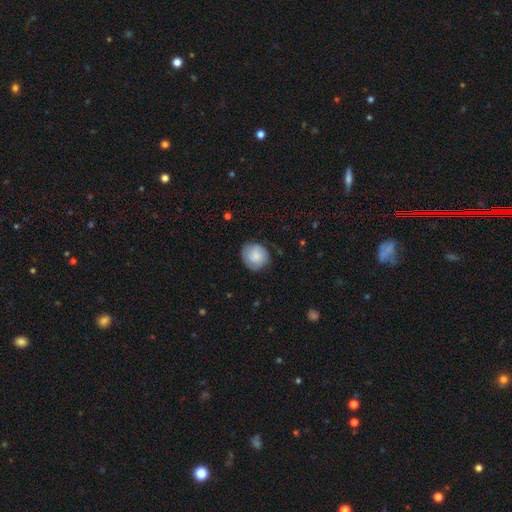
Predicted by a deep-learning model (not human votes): smooth_or_featured: smooth (p=0.68) [alt: featured or disk p=0.25]
how_rounded: round (p=0.85) [alt: in between p=0.14]
merging: none (p=0.75) [alt: minor disturbance p=0.19]